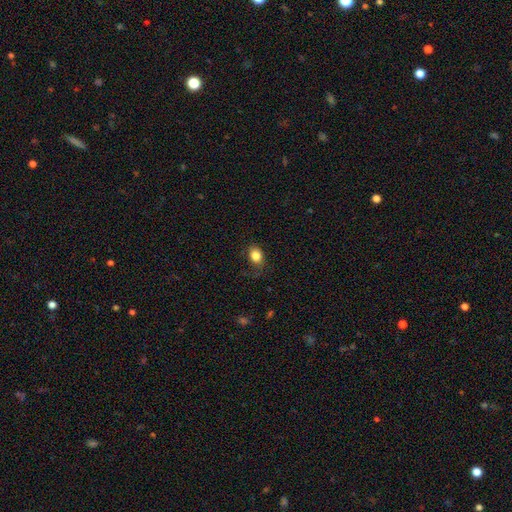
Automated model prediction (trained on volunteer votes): A smooth galaxy with no disk features (84%) that is in between round and cigar-shaped (66%).

Vote fractions:
- Smooth or featured? smooth: 84% / star or artifact: 9% / featured or disk: 7%
- How rounded? in between: 66% / round: 33% / cigar-shaped: 1%
- Merging? none: 73% / minor disturbance: 19% / major disturbance: 7% / merger: 1%